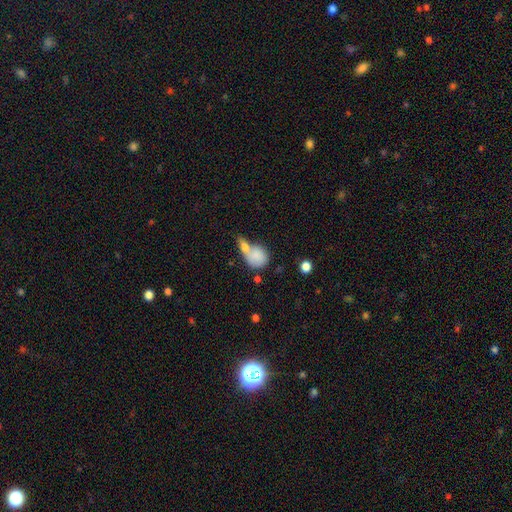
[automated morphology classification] smooth_or_featured: smooth (p=0.80) [alt: featured or disk p=0.13]
how_rounded: round (p=0.58) [alt: in between p=0.39]
merging: merger (p=0.58) [alt: none p=0.24]